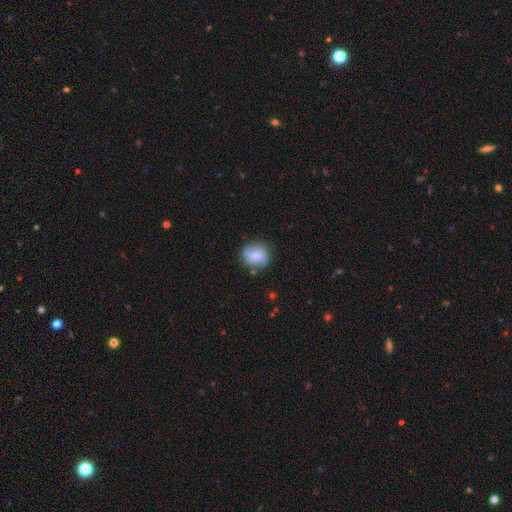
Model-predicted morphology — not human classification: smooth 70%, featured or disk 22%, star or artifact 8%. Down the decision tree: how rounded — round (81%); merging — none (68%).